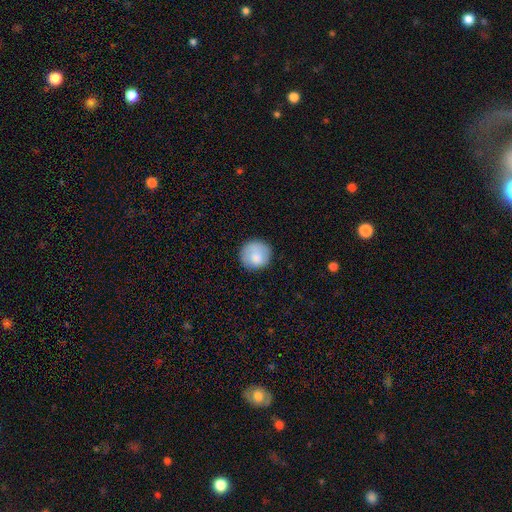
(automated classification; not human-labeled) A smooth galaxy with no disk features (83%) that is round (91%). Merging: none (81%).